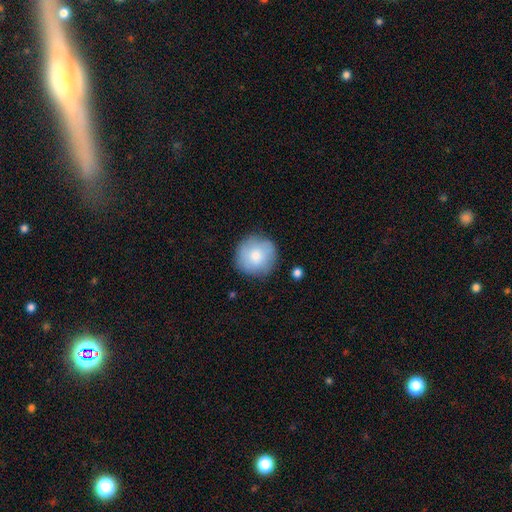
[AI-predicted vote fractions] smooth 77%, featured or disk 16%, star or artifact 7%. Down the decision tree: how rounded — round (94%); merging — none (83%).